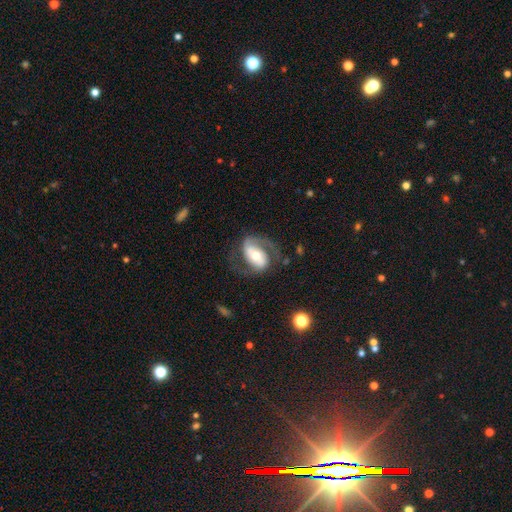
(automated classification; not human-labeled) Smooth or featured: featured or disk — 79% (smooth — 15%)
Edge-on disk: no — 96% (yes — 4%)
Bar: strong — 35% (no — 33%)
Spiral arms: yes — 91% (no — 9%)
Spiral winding: medium — 49% (loose — 30%)
Spiral arm count: 2 — 84% (1 — 8%)
Bulge size: moderate — 65% (small — 22%)
Merging: none — 63% (minor disturbance — 19%)